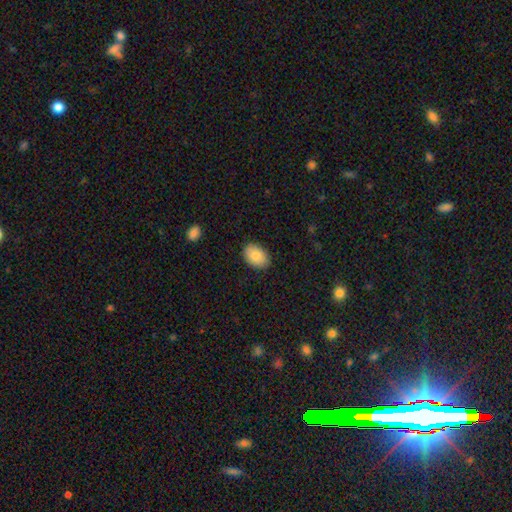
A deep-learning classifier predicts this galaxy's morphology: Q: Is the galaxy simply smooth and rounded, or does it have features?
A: smooth — 86%.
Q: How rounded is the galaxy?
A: in between — 84%.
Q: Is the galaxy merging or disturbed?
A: none — 87%.